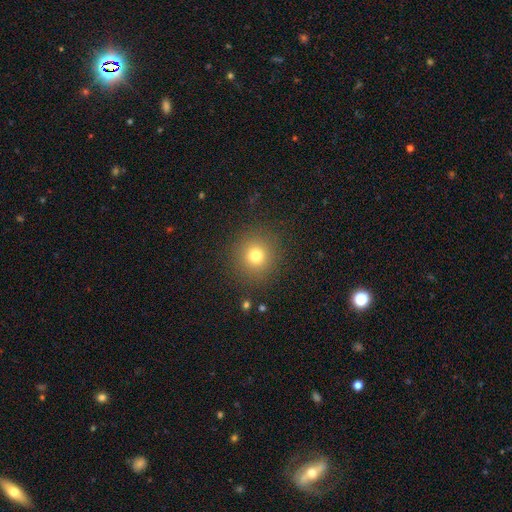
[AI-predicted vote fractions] Overall: smooth (75%). How rounded: round (92%). Merging: none (89%).